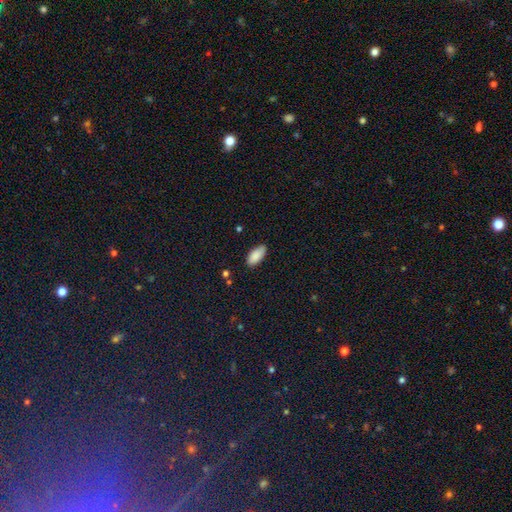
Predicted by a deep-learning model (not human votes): This appears to be a smooth galaxy with no disk features (88%) that is in between round and cigar-shaped (91%). Merging: none (84%).